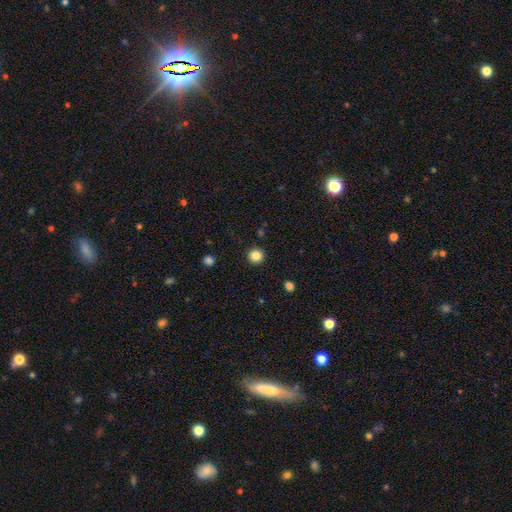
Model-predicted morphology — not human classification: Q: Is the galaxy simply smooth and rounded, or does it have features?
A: smooth — 84%.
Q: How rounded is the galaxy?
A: round — 95%.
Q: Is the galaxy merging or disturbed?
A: none — 92%.